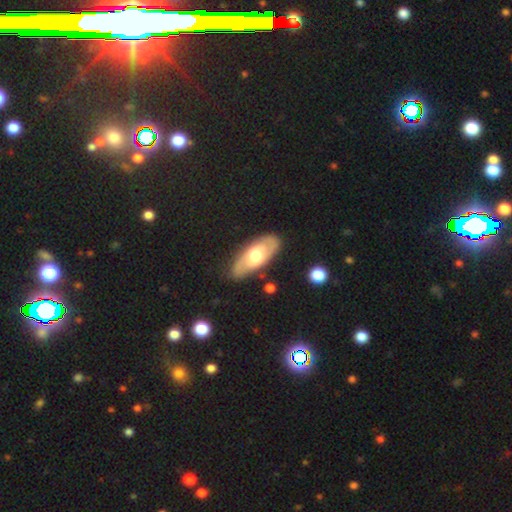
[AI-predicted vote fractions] featured or disk 49%, smooth 46%, star or artifact 5%. Down the decision tree: merging — none (80%).